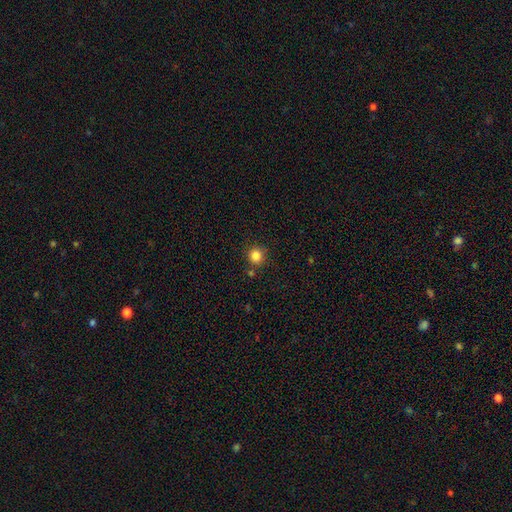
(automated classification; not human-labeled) smooth_or_featured: smooth (p=0.84) [alt: star or artifact p=0.12]
how_rounded: round (p=0.92) [alt: in between p=0.07]
merging: none (p=0.84) [alt: minor disturbance p=0.09]